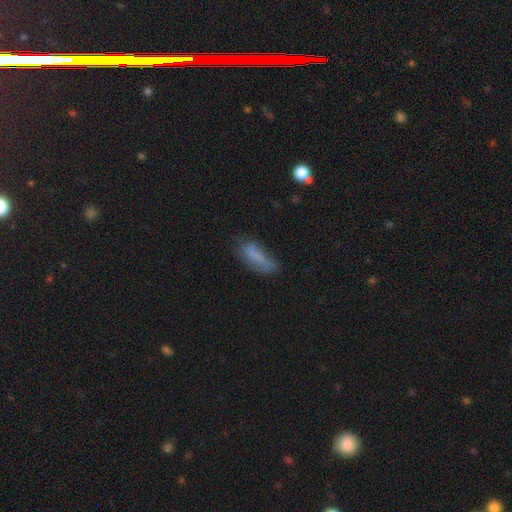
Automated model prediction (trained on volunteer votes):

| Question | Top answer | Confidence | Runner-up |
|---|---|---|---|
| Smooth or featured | smooth | 70% | featured or disk (20%) |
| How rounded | in between | 62% | cigar-shaped (35%) |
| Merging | none | 50% | minor disturbance (31%) |